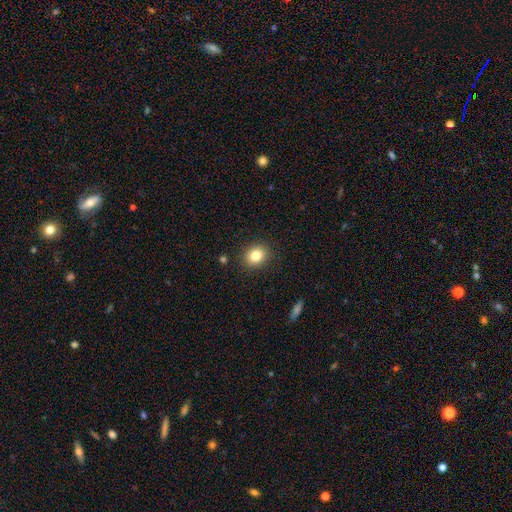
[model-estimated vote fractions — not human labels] Smooth or featured: smooth — 82% (star or artifact — 10%)
How rounded: round — 62% (in between — 37%)
Merging: none — 89% (minor disturbance — 7%)